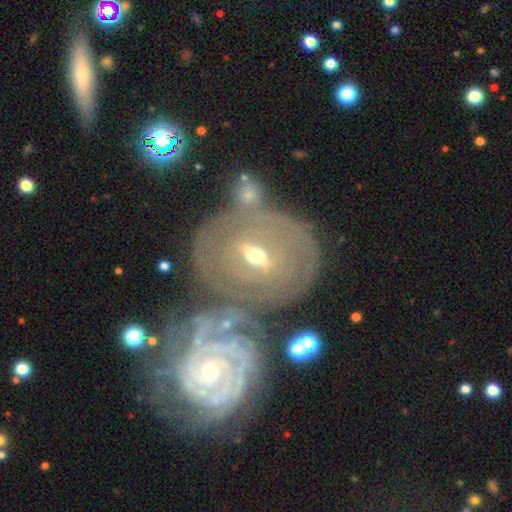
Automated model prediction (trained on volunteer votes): Q: Smooth or featured?
A: featured or disk (78%); runner-up: smooth (15%)
Q: Edge-on disk?
A: no (94%); runner-up: yes (6%)
Q: Bar?
A: weak (42%); runner-up: strong (38%)
Q: Spiral arms?
A: yes (72%); runner-up: no (28%)
Q: Spiral winding?
A: tight (72%); runner-up: medium (20%)
Q: Spiral arm count?
A: can't tell (42%); runner-up: 2 (27%)
Q: Bulge size?
A: moderate (51%); runner-up: small (43%)
Q: Merging?
A: merger (39%); runner-up: none (37%)